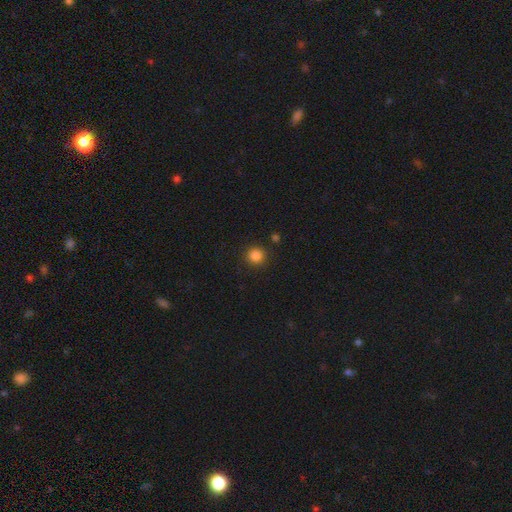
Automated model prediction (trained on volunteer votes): smooth 84%, star or artifact 12%, featured or disk 4%. Down the decision tree: how rounded — round (93%); merging — none (90%).